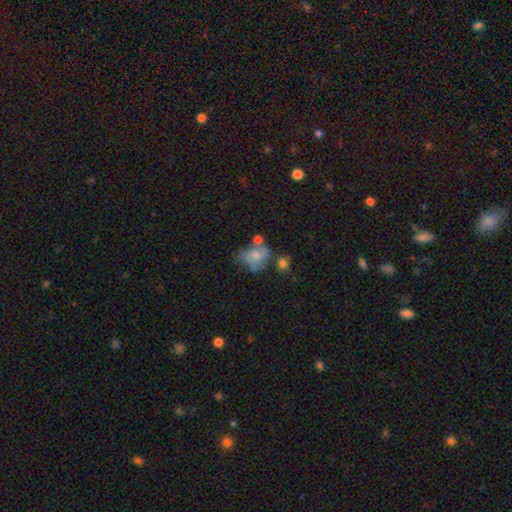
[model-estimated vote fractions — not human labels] Q: Smooth or featured?
A: smooth (62%); runner-up: featured or disk (27%)
Q: How rounded?
A: in between (61%); runner-up: round (38%)
Q: Merging?
A: none (27%); runner-up: major disturbance (25%)